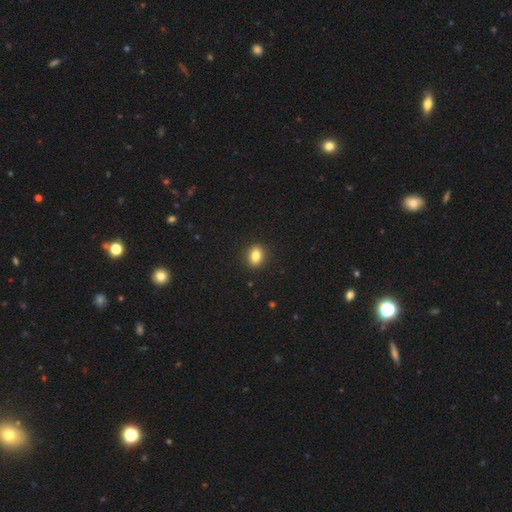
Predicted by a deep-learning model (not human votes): smooth 83%, star or artifact 10%, featured or disk 7%. Down the decision tree: how rounded — in between (60%); merging — none (91%).